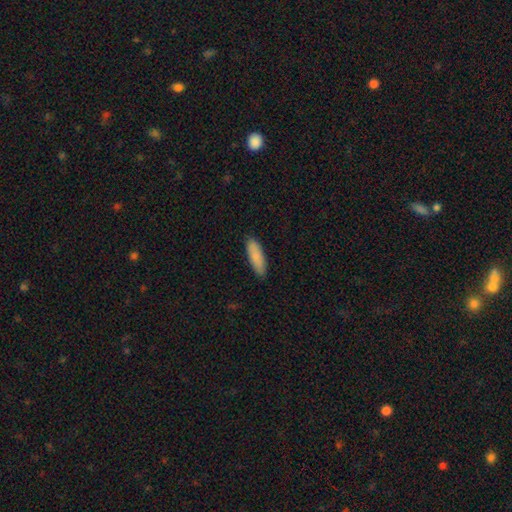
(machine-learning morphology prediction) The model was most divided on "how rounded": in between: 50%, cigar-shaped: 48%, round: 2%. More confident: merging — none (88%); smooth or featured — smooth (87%).